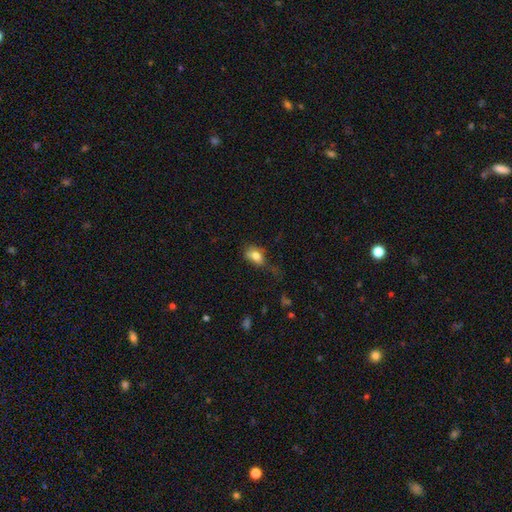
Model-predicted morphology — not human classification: Smooth or featured?
  - smooth: 77% *
  - featured or disk: 13%
  - star or artifact: 10%
How rounded?
  - in between: 81% *
  - round: 16%
  - cigar-shaped: 3%
Merging?
  - none: 39% *
  - minor disturbance: 32%
  - major disturbance: 25%
  - merger: 4%